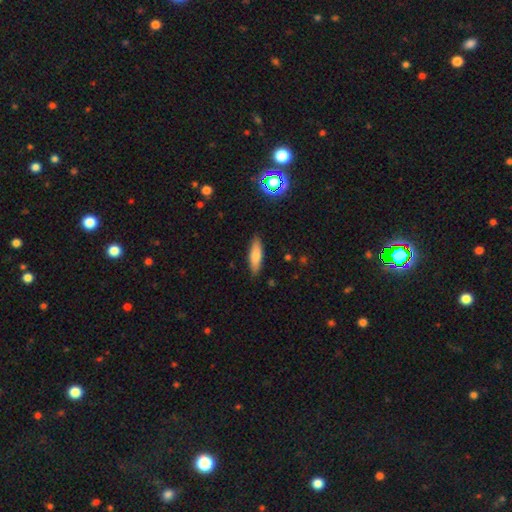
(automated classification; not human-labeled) This is likely a smooth galaxy (75%). How rounded: possibly cigar-shaped (55%). Merging: clearly none (87%).